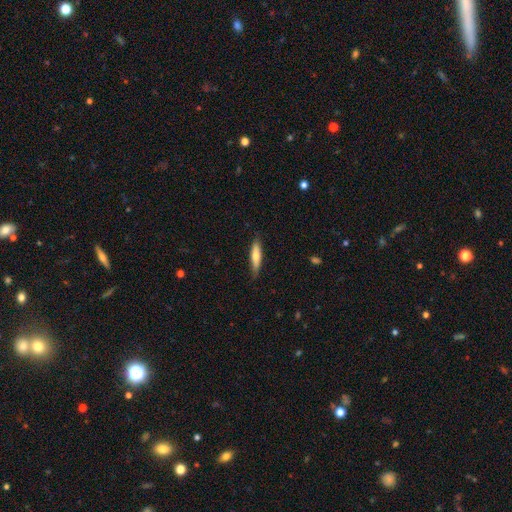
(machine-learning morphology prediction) This is likely a smooth galaxy (67%). How rounded: likely cigar-shaped (79%). Merging: clearly none (80%).